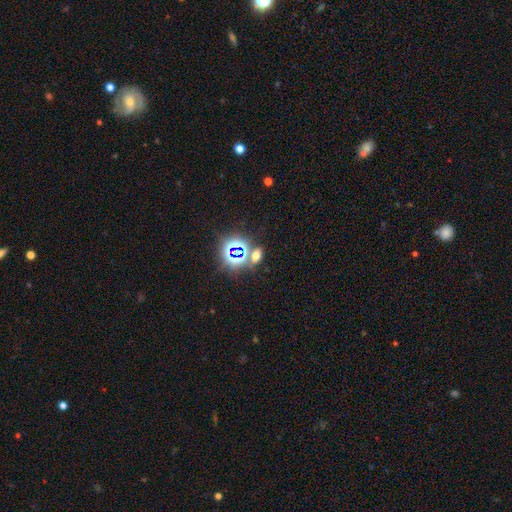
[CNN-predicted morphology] Smooth or featured? star or artifact (46%)